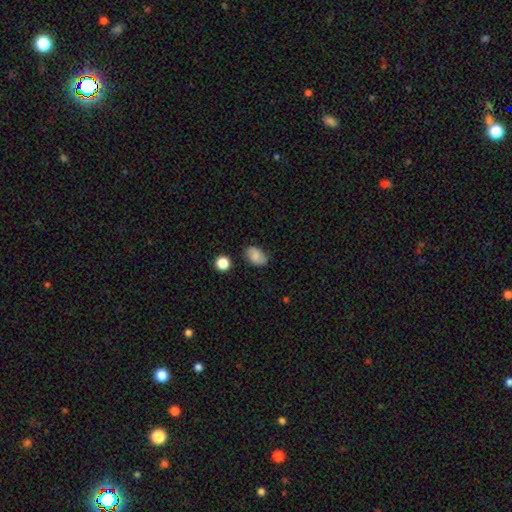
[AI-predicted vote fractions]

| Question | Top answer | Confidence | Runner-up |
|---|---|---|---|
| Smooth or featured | smooth | 80% | featured or disk (11%) |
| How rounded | in between | 85% | round (13%) |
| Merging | none | 78% | minor disturbance (16%) |